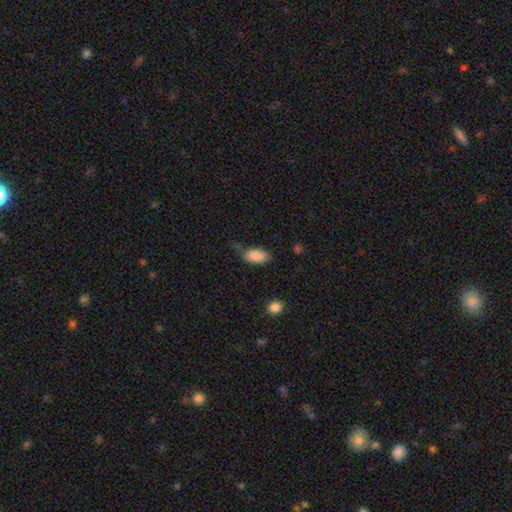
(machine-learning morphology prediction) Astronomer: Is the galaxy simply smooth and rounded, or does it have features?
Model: smooth — 88%.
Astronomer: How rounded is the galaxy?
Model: in between — 94%.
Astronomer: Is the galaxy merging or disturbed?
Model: none — 54% (runner-up: minor disturbance, 31%).